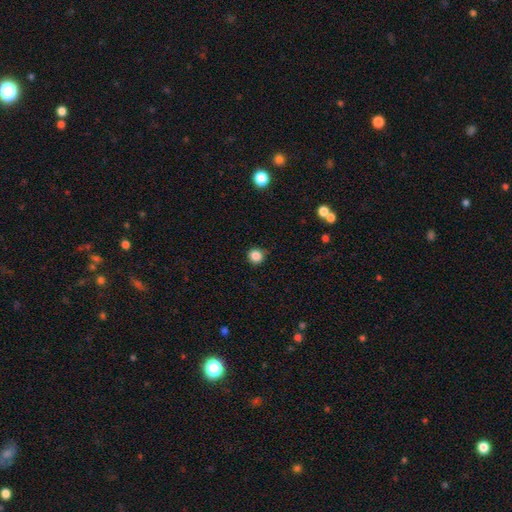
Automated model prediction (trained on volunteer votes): A smooth galaxy with no disk features (86%) that is round (93%). Merging: none (88%).